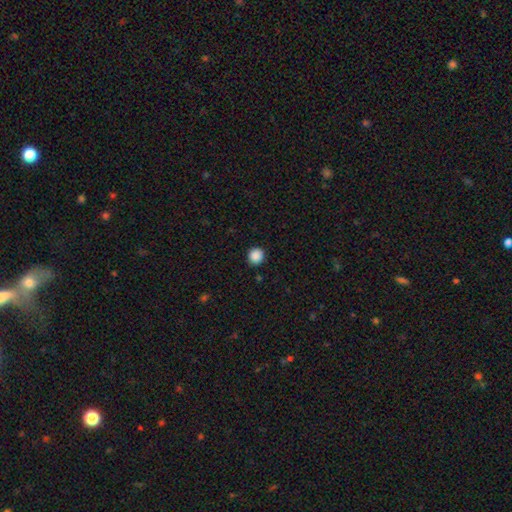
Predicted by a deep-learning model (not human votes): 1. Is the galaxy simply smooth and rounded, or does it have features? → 88% smooth, 9% star or artifact, 2% featured or disk.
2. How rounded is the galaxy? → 92% round, 7% in between, 1% cigar-shaped.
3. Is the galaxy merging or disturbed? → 90% none, 7% minor disturbance, 2% major disturbance, 1% merger.